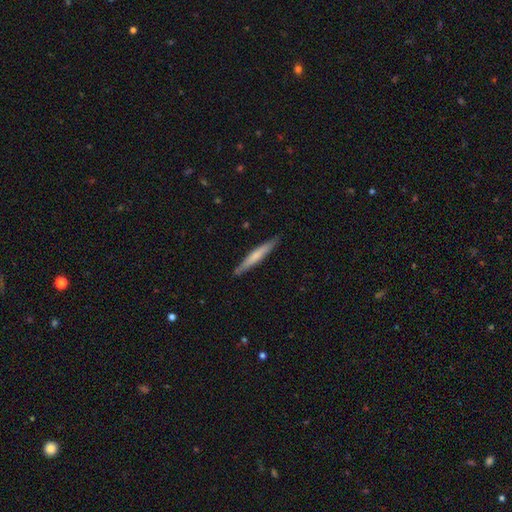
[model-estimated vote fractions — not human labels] Smooth or featured?
  - smooth: 56% *
  - featured or disk: 39%
  - star or artifact: 5%
How rounded?
  - cigar-shaped: 96% *
  - in between: 3%
  - round: 1%
Merging?
  - none: 89% *
  - minor disturbance: 8%
  - major disturbance: 1%
  - merger: 1%